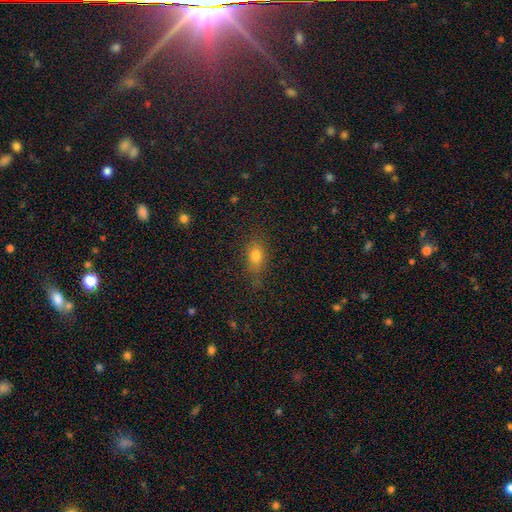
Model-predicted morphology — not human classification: This is likely a smooth galaxy (76%). How rounded: likely in between (70%). Merging: likely none (73%).